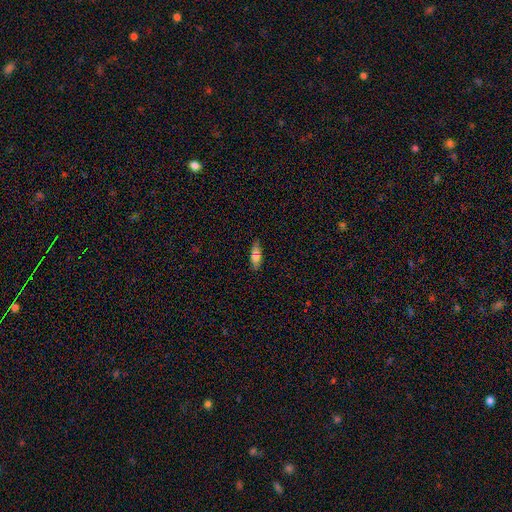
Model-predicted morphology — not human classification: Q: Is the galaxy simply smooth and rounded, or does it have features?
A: smooth — 75%.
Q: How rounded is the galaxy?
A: in between — 56%.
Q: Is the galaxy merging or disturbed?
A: none — 83%.